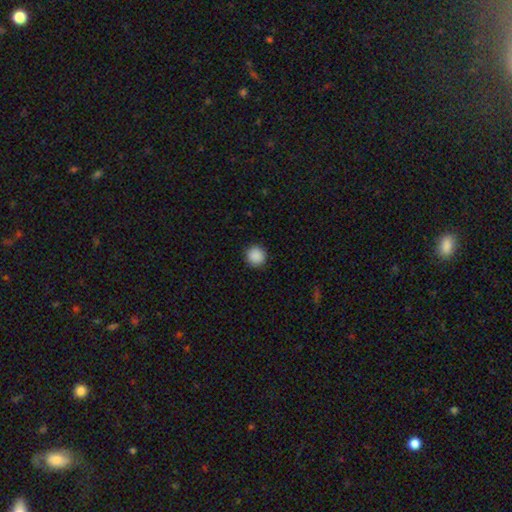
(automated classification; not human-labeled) Morphology: type=smooth (89%); roundness=round (94%); merging=none (92%).